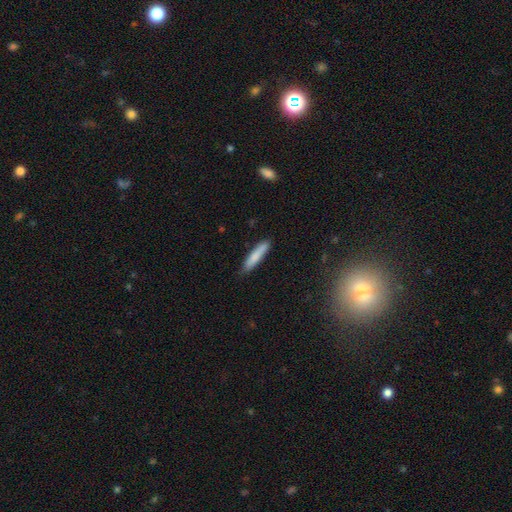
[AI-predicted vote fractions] Smooth or featured? Predicted: smooth (p=0.81). How rounded? Predicted: cigar-shaped (p=0.88). Merging? Predicted: none (p=0.83).